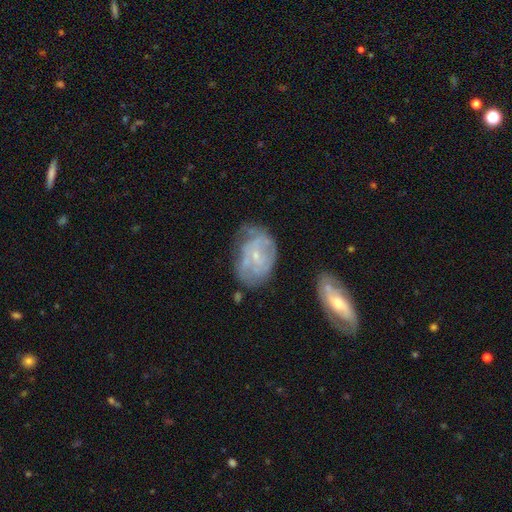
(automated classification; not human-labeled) Smooth or featured: featured or disk — 69% (smooth — 23%)
Edge-on disk: no — 96% (yes — 4%)
Bar: no — 69% (weak — 27%)
Spiral arms: yes — 70% (no — 30%)
Bulge size: small — 78% (moderate — 17%)
Merging: none — 48% (minor disturbance — 30%)